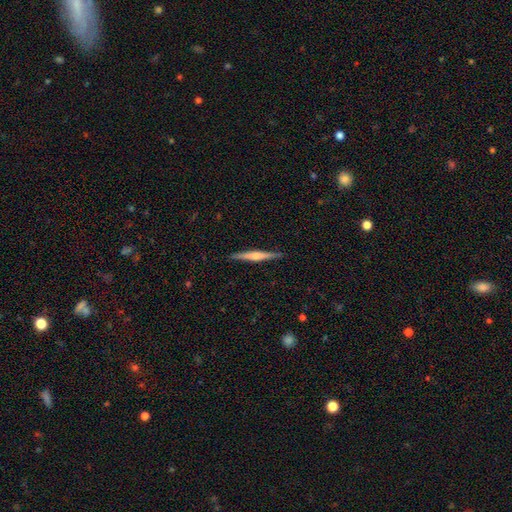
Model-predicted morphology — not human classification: featured or disk 68%, smooth 26%, star or artifact 5%. Down the decision tree: edge-on disk — yes (98%); edge-on bulge — rounded (74%); merging — none (91%).